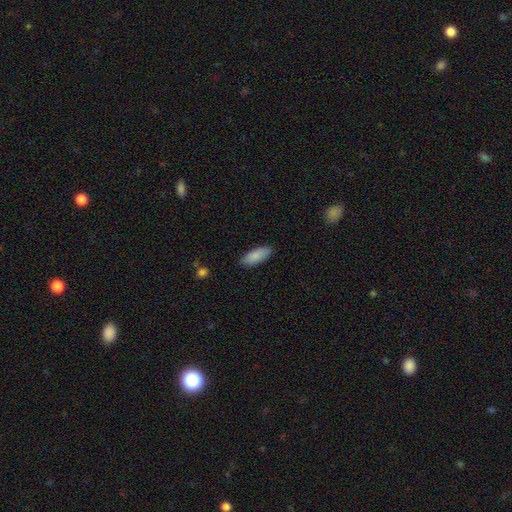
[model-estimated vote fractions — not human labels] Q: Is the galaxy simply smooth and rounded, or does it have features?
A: smooth — 88%.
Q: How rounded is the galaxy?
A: in between — 78%.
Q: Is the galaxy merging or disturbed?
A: none — 87%.